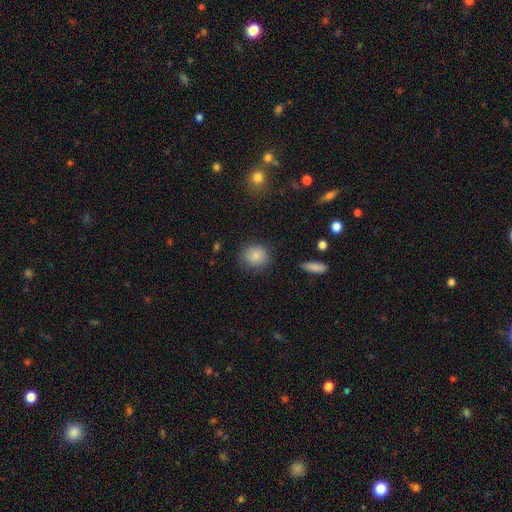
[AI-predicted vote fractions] Smooth or featured? smooth (85%)
How rounded? round (79%)
Merging? none (83%)